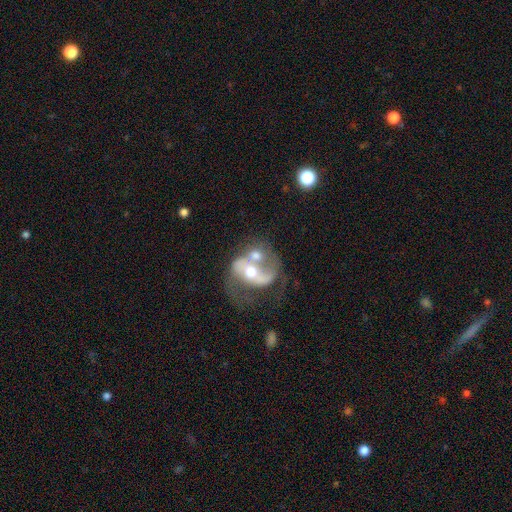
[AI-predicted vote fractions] featured or disk 74%, smooth 19%, star or artifact 8%. Down the decision tree: edge-on disk — no (97%); bar — no (57%); spiral arms — yes (75%); spiral arm count — 2 (69%); spiral winding — loose (51%); bulge size — moderate (71%); merging — merger (52%).